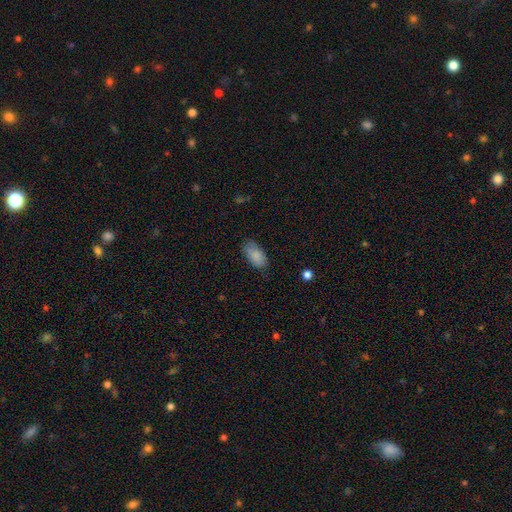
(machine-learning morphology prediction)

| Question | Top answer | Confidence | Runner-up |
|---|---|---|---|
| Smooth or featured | smooth | 86% | star or artifact (7%) |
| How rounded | in between | 93% | cigar-shaped (5%) |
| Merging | none | 75% | minor disturbance (19%) |